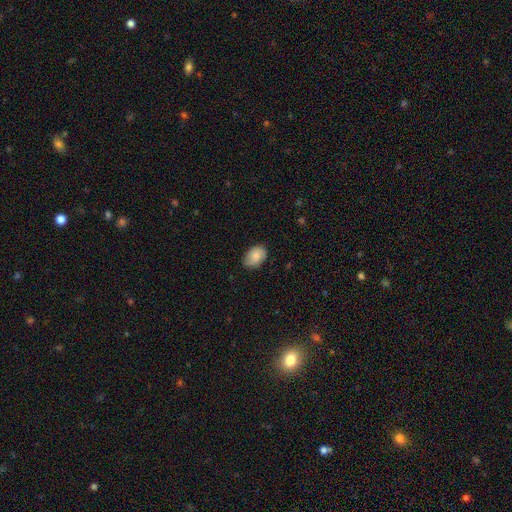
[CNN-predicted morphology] Smooth or featured? Predicted: smooth (p=0.80). How rounded? Predicted: in between (p=0.83). Merging? Predicted: none (p=0.78).